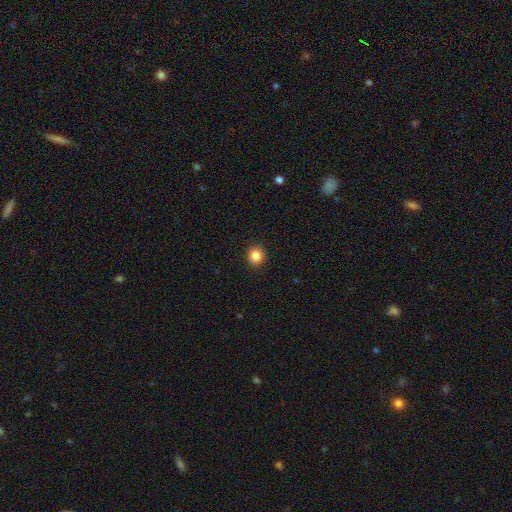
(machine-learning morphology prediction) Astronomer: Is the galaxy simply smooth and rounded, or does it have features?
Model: smooth — 86%.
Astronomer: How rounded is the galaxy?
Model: round — 91%.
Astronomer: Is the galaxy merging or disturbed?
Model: none — 92%.